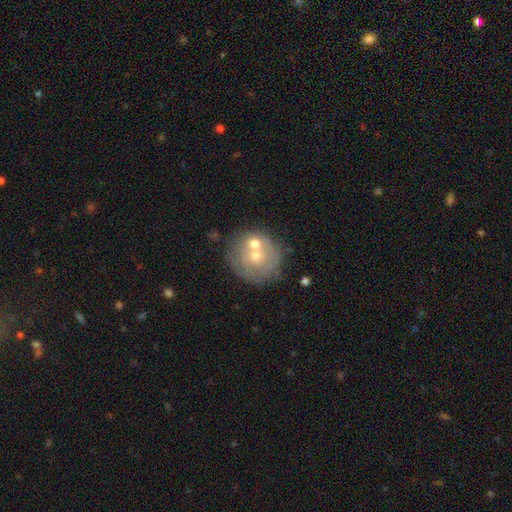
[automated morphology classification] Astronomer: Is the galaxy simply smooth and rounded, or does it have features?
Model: featured or disk — 46%, tied with smooth at 46%.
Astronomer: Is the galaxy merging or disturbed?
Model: none — 42% (runner-up: merger, 37%).